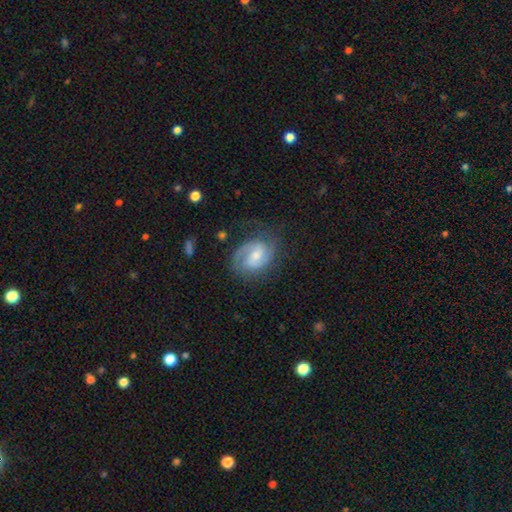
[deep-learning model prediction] A featured or disk galaxy (79%) with a weak bar (51%), 2 (80%) medium (50%) spiral arms (95%) and a moderate central bulge (46%). Merging: none (68%).